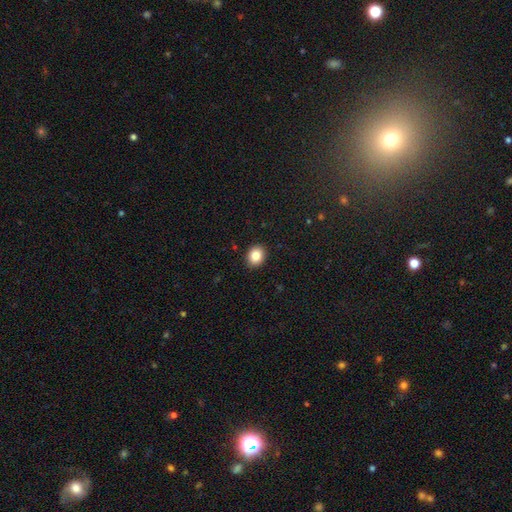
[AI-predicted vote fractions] smooth_or_featured: smooth (p=0.85) [alt: star or artifact p=0.09]
how_rounded: round (p=0.58) [alt: in between p=0.41]
merging: none (p=0.91) [alt: minor disturbance p=0.06]